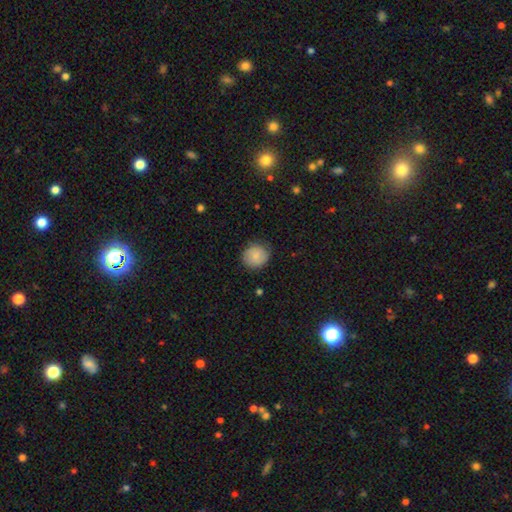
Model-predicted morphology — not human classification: Smooth or featured?
  - smooth: 78% *
  - featured or disk: 15%
  - star or artifact: 7%
How rounded?
  - round: 86% *
  - in between: 13%
  - cigar-shaped: 1%
Merging?
  - none: 79% *
  - minor disturbance: 17%
  - major disturbance: 4%
  - merger: 1%